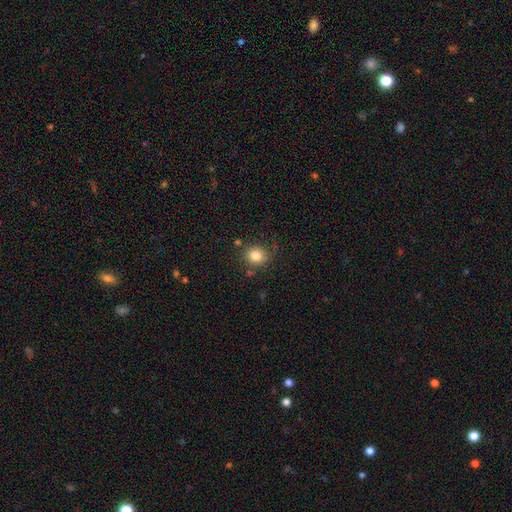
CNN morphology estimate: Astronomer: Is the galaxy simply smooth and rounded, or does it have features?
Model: smooth — 82%.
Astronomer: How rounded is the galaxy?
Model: round — 81%.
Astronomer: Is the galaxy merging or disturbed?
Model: none — 82%.